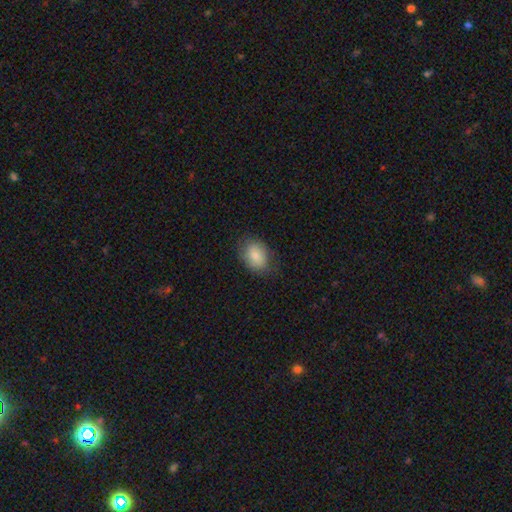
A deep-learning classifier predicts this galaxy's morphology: Smooth or featured? smooth (84%)
How rounded? in between (73%)
Merging? none (76%)